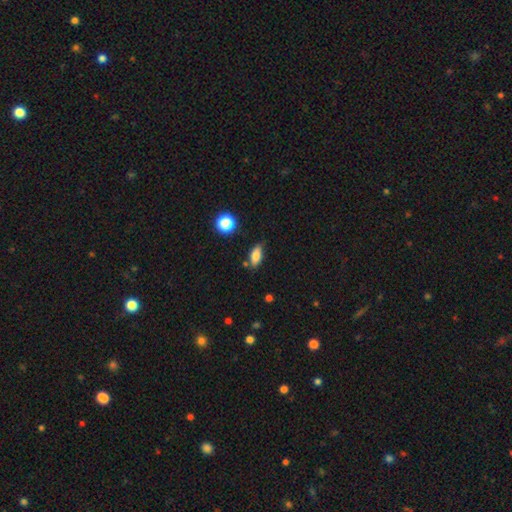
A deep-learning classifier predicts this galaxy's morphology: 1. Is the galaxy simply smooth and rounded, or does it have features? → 76% smooth, 14% featured or disk, 9% star or artifact.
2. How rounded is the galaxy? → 79% in between, 15% cigar-shaped, 5% round.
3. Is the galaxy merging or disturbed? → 73% none, 18% minor disturbance, 4% merger, 4% major disturbance.